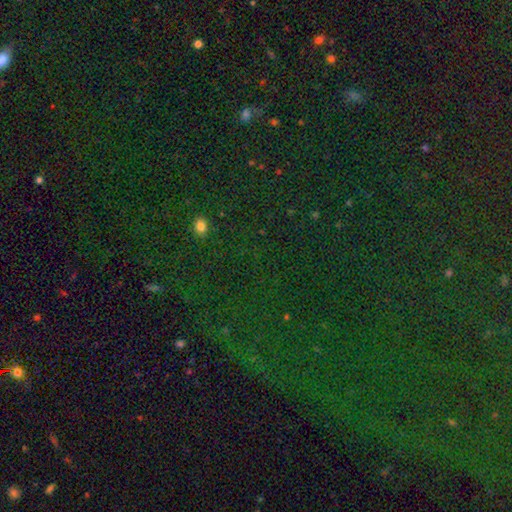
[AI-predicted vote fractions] A star or artifact, not a galaxy (80%).